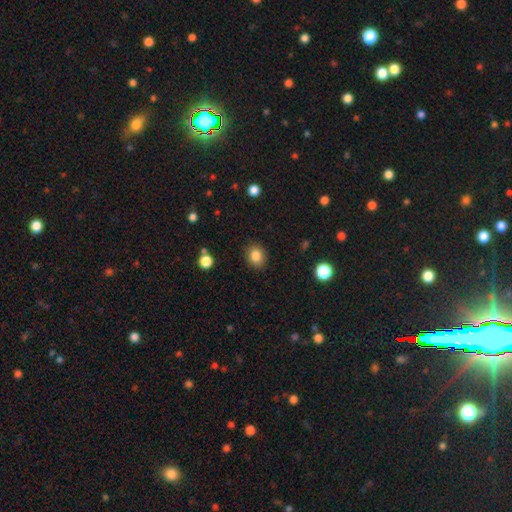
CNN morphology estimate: smooth 84%, star or artifact 10%, featured or disk 6%. Down the decision tree: how rounded — round (58%); merging — none (87%).